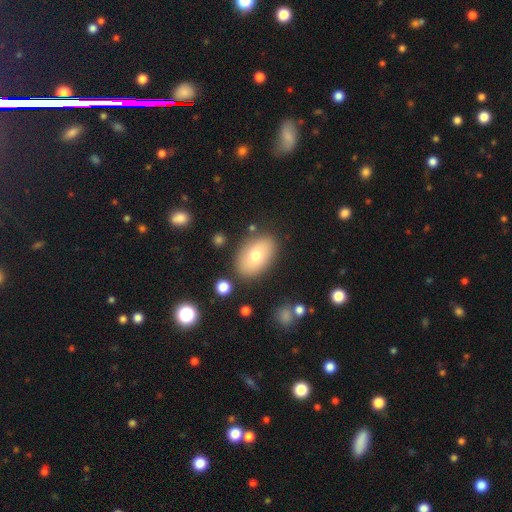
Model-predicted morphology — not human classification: smooth_or_featured: smooth (p=0.71) [alt: featured or disk p=0.21]
how_rounded: in between (p=0.88) [alt: round p=0.11]
merging: none (p=0.83) [alt: minor disturbance p=0.11]